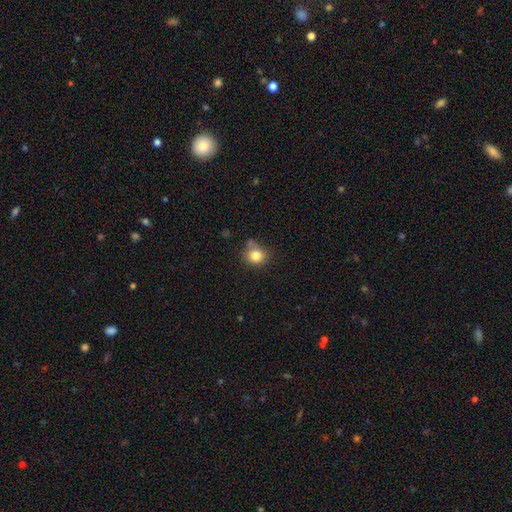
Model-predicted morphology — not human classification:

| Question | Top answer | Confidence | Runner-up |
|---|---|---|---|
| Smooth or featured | smooth | 81% | star or artifact (12%) |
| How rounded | round | 81% | in between (18%) |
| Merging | none | 64% | minor disturbance (21%) |